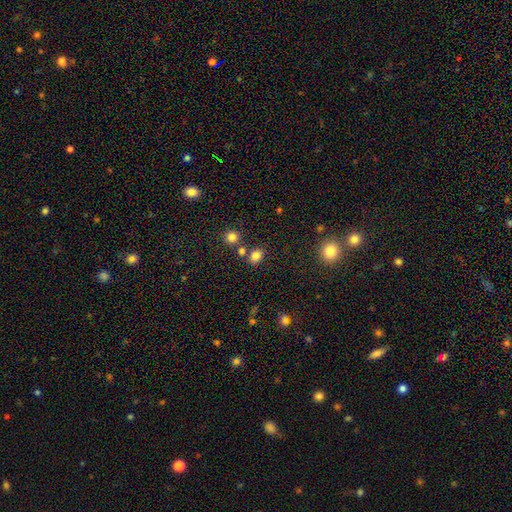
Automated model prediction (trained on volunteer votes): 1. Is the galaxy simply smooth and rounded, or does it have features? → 81% smooth, 14% star or artifact, 5% featured or disk.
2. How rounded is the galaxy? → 54% in between, 45% round, 1% cigar-shaped.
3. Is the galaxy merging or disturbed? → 72% none, 14% merger, 11% minor disturbance, 4% major disturbance.